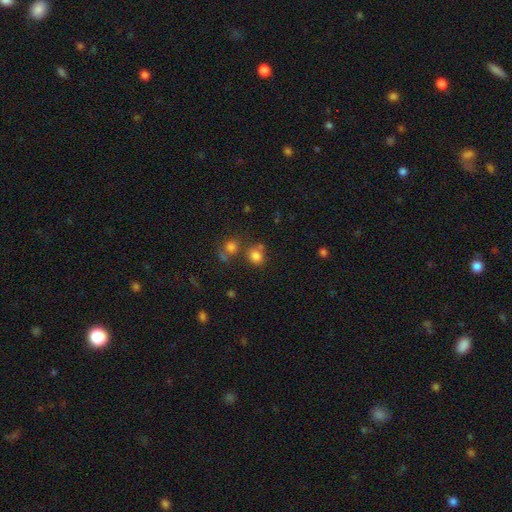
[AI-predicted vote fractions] Overall: smooth (79%). How rounded: round (70%). Merging: none (64%).